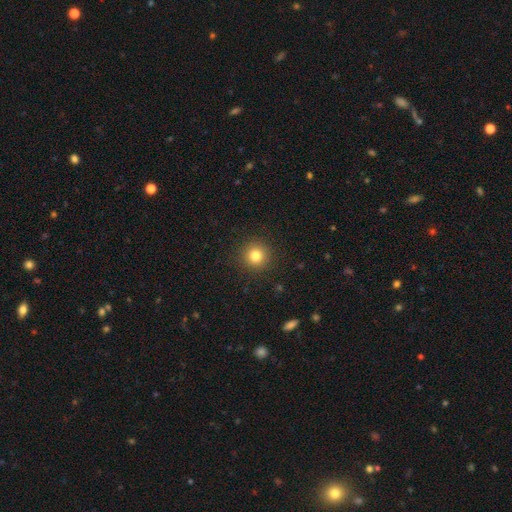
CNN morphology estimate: Smooth or featured?
  - smooth: 81% *
  - star or artifact: 13%
  - featured or disk: 6%
How rounded?
  - round: 95% *
  - in between: 4%
  - cigar-shaped: 1%
Merging?
  - none: 92% *
  - minor disturbance: 5%
  - major disturbance: 2%
  - merger: 1%